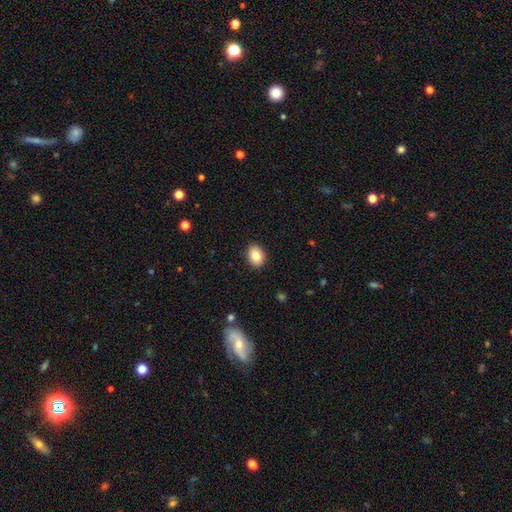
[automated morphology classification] smooth-or-featured: smooth: 84% | star or artifact: 8% | featured or disk: 8%
  how-rounded: in between: 65% | round: 34% | cigar-shaped: 1%
  merging: none: 89% | minor disturbance: 8% | major disturbance: 2% | merger: 1%